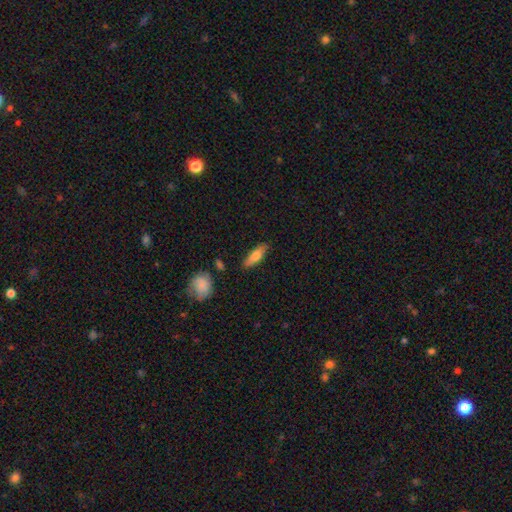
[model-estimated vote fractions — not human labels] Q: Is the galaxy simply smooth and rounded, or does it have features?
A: smooth — 72%.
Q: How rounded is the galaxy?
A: in between — 49%.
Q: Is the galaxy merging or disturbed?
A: none — 81%.